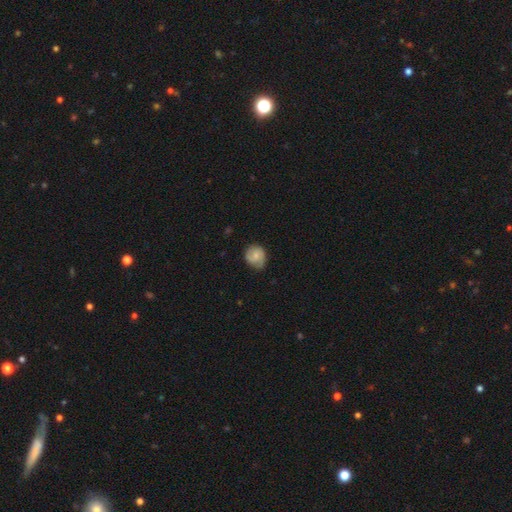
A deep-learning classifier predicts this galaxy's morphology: Q: Smooth or featured?
A: smooth (54%); runner-up: featured or disk (39%)
Q: How rounded?
A: round (76%); runner-up: in between (23%)
Q: Merging?
A: none (64%); runner-up: minor disturbance (28%)